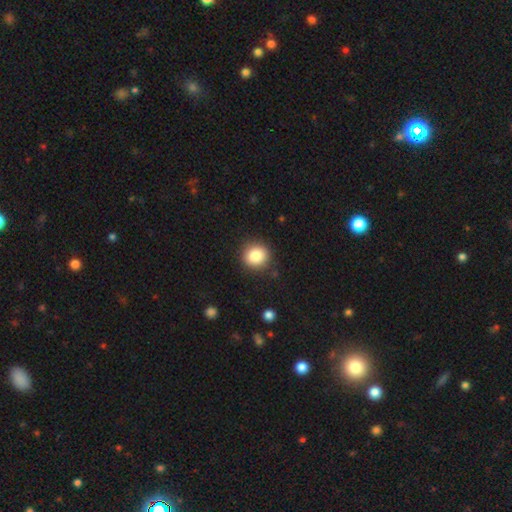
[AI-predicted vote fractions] This appears to be a smooth galaxy with no disk features (85%) that is round (89%). Merging: none (89%).